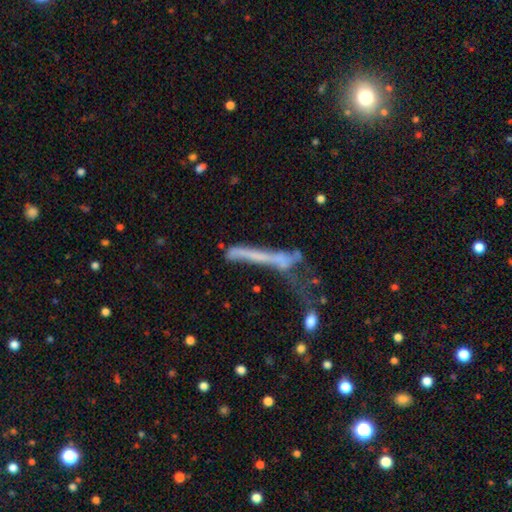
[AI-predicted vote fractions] Smooth or featured? Predicted: featured or disk (p=0.46). Merging? Predicted: major disturbance (p=0.33).